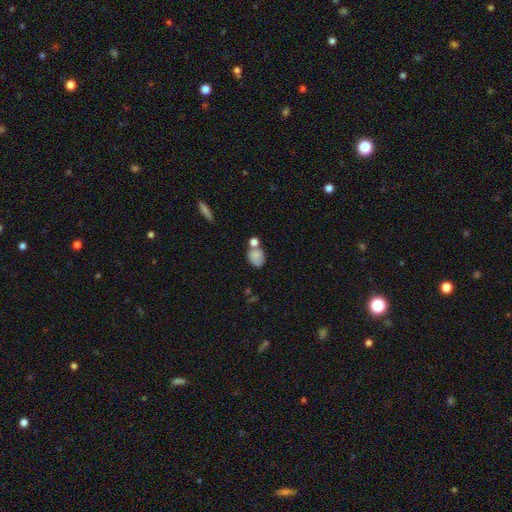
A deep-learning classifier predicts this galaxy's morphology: This is likely a smooth galaxy (78%). How rounded: likely in between (62%). Merging: marginally none (44%).